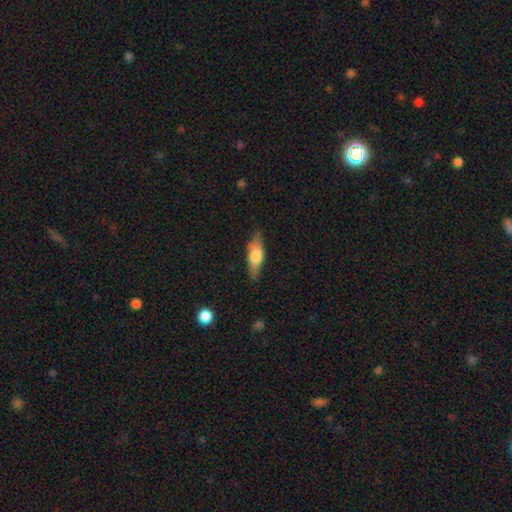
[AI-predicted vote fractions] Smooth or featured? Predicted: smooth (p=0.62). How rounded? Predicted: in between (p=0.53). Merging? Predicted: none (p=0.79).